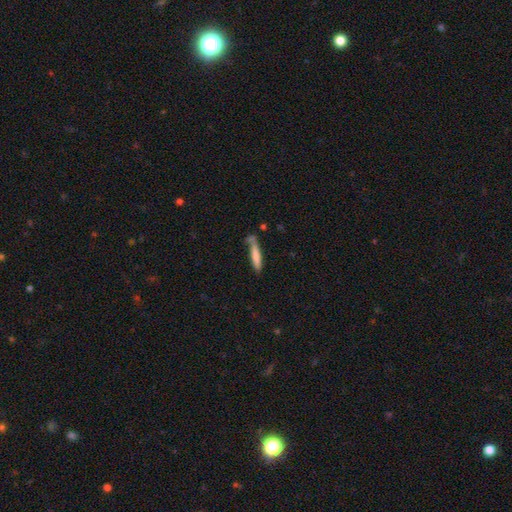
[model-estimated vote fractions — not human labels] smooth 75%, featured or disk 19%, star or artifact 7%. Down the decision tree: how rounded — cigar-shaped (90%); merging — none (60%).